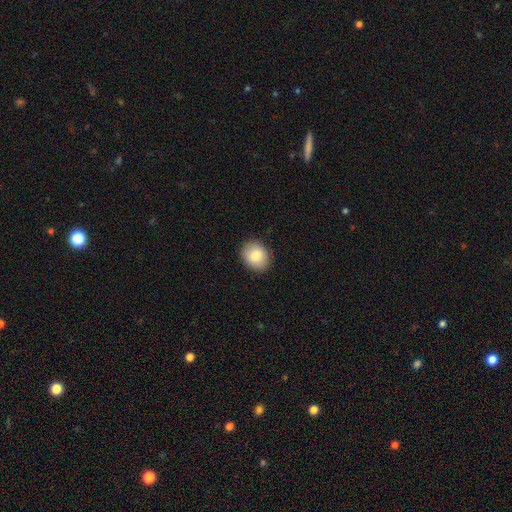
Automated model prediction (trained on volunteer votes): A smooth galaxy with no disk features (84%) that is round (52%).

Vote fractions:
- Smooth or featured? smooth: 84% / featured or disk: 9% / star or artifact: 8%
- How rounded? round: 52% / in between: 47% / cigar-shaped: 1%
- Merging? none: 89% / minor disturbance: 8% / major disturbance: 2% / merger: 1%